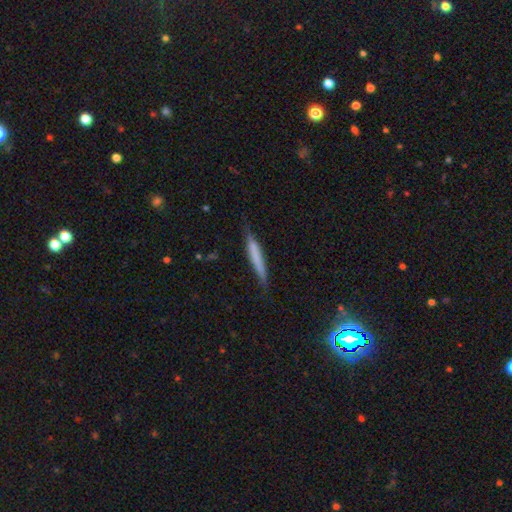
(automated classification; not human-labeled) A smooth galaxy with no disk features (62%) that is cigar-shaped (95%). Merging: none (77%).